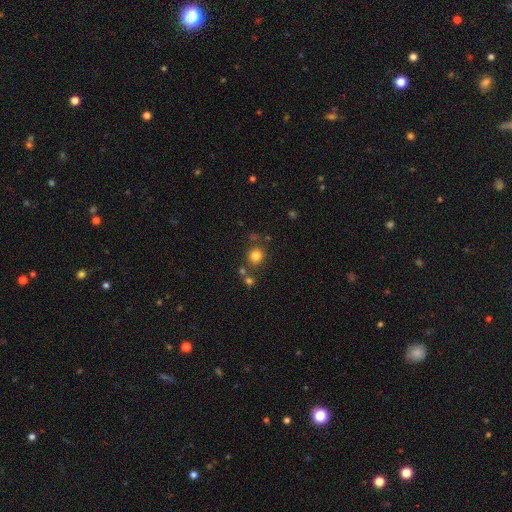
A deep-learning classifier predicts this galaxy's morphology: Smooth or featured? smooth (79%)
How rounded? round (89%)
Merging? none (74%)